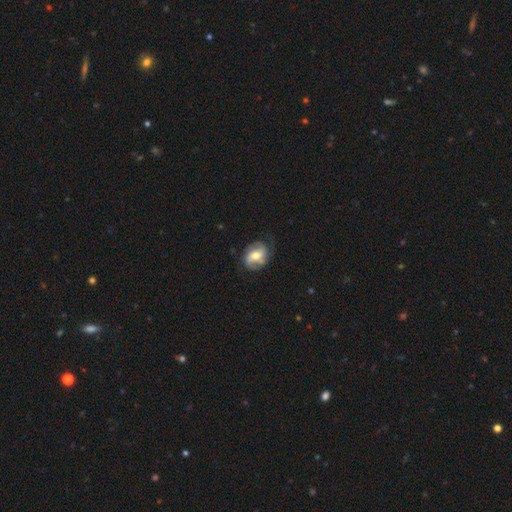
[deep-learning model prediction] featured or disk 70%, smooth 23%, star or artifact 7%. Down the decision tree: edge-on disk — no (97%); bar — weak (42%); spiral arms — yes (90%); spiral arm count — 2 (66%); spiral winding — medium (44%); bulge size — moderate (69%); merging — none (71%).